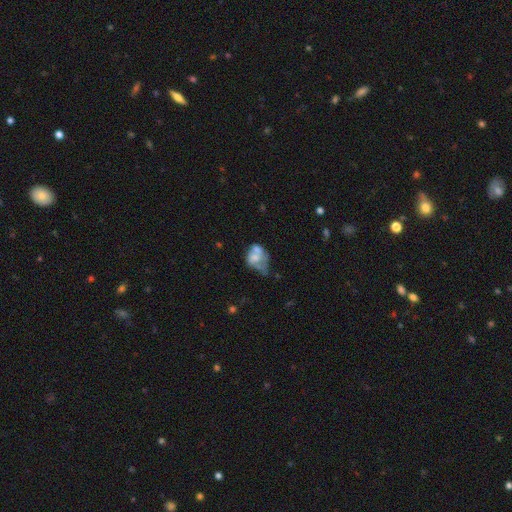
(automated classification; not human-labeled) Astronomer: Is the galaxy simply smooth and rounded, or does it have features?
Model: smooth — 46% (runner-up: featured or disk, 43%).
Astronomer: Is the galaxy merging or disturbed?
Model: merger — 37% (runner-up: major disturbance, 25%).